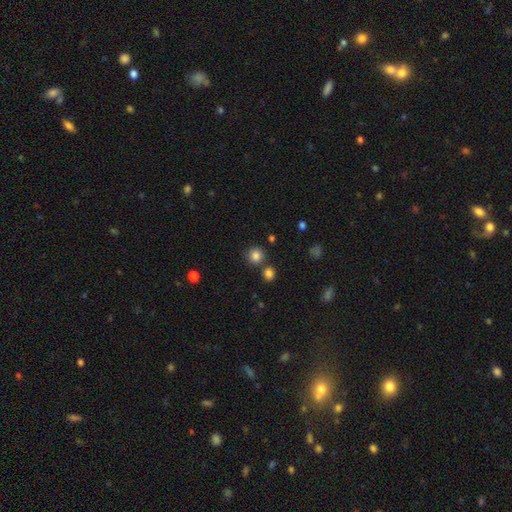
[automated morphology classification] Overall: smooth (83%). How rounded: round (91%). Merging: none (77%).